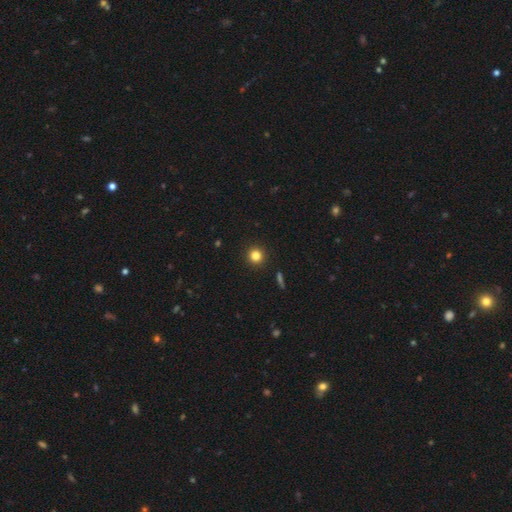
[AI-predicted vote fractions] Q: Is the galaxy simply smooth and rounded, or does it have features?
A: smooth — 83%.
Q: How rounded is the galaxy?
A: round — 95%.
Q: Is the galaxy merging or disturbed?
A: none — 93%.